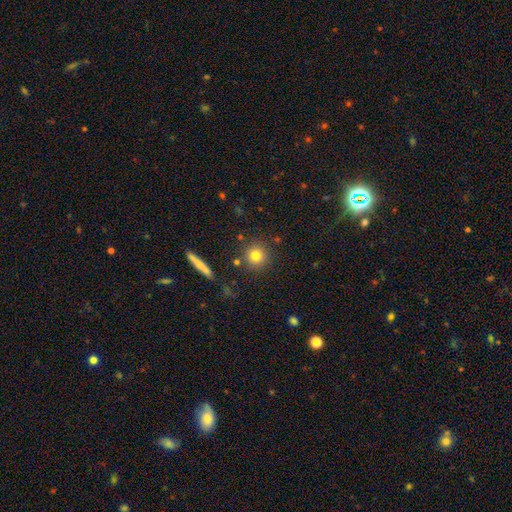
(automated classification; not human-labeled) This appears to be a smooth galaxy with no disk features (80%) that is round (93%). Merging: none (85%).